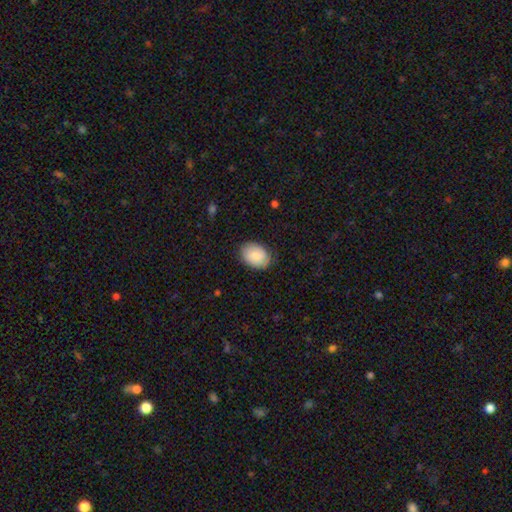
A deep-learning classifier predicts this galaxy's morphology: This appears to be a smooth galaxy with no disk features (84%) that is in between round and cigar-shaped (78%). Merging: none (82%).